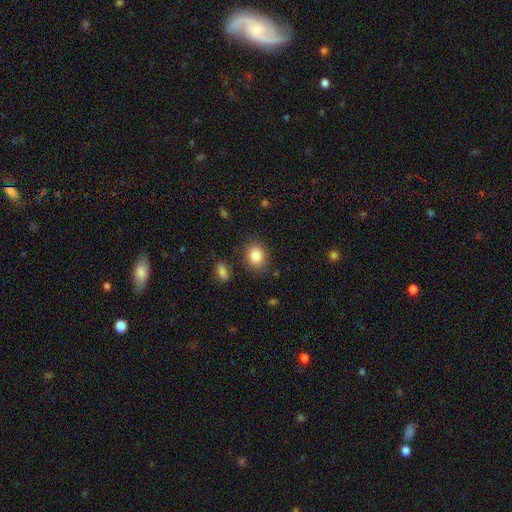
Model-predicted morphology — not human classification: Smooth or featured? smooth (86%)
How rounded? round (53%)
Merging? none (82%)